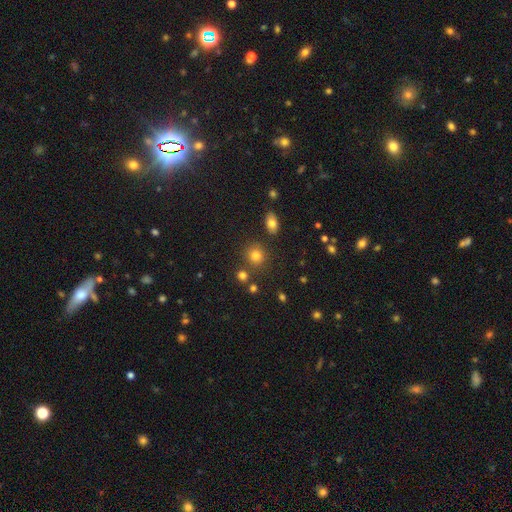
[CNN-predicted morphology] Smooth or featured?
  - smooth: 79% *
  - star or artifact: 14%
  - featured or disk: 7%
How rounded?
  - round: 86% *
  - in between: 13%
  - cigar-shaped: 1%
Merging?
  - none: 79% *
  - minor disturbance: 9%
  - merger: 8%
  - major disturbance: 4%